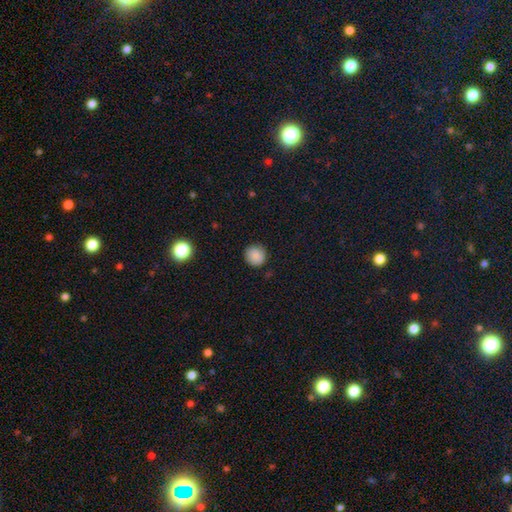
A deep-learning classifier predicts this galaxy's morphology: Smooth or featured? Predicted: smooth (p=0.87). How rounded? Predicted: round (p=0.91). Merging? Predicted: none (p=0.87).